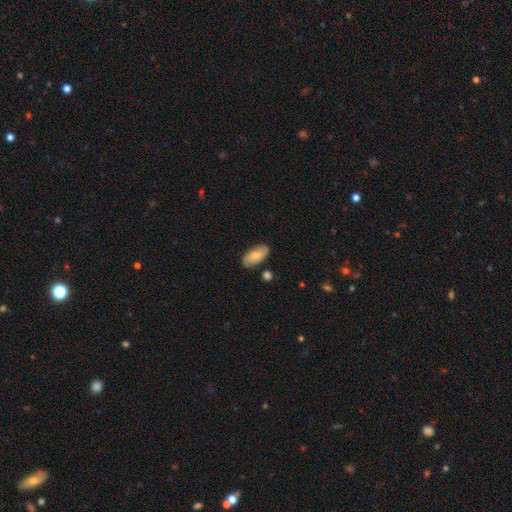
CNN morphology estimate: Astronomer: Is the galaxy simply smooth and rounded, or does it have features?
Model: smooth — 61%.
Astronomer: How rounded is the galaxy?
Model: in between — 92%.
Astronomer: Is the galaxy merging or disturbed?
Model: none — 80%.